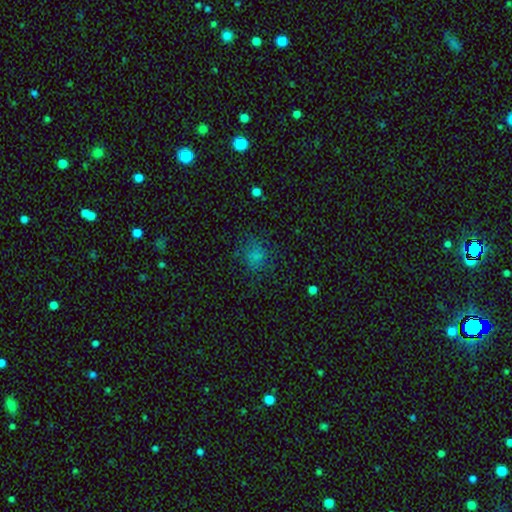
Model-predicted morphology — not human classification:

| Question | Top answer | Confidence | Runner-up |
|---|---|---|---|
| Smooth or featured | smooth | 73% | star or artifact (19%) |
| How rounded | round | 72% | in between (27%) |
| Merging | none | 71% | minor disturbance (19%) |